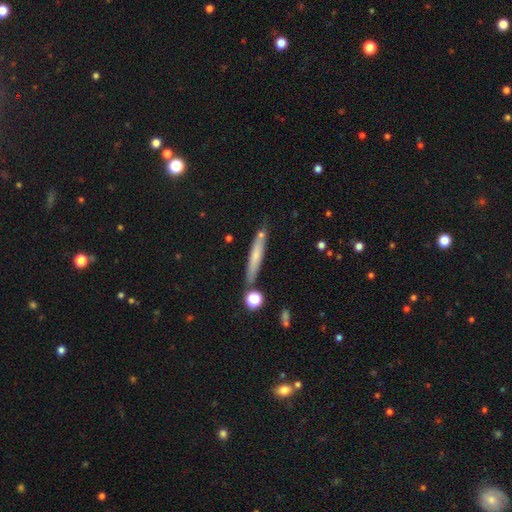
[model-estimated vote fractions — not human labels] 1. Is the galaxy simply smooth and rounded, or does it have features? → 60% smooth, 32% featured or disk, 8% star or artifact.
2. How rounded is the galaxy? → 92% cigar-shaped, 6% in between, 2% round.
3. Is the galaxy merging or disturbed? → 78% none, 13% minor disturbance, 6% merger, 3% major disturbance.